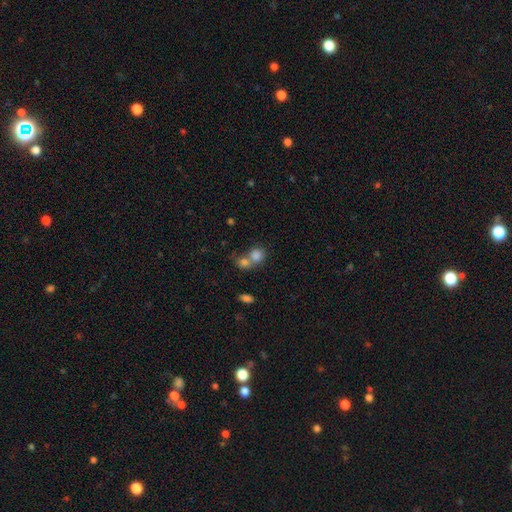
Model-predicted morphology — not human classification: type=smooth (81%); roundness=round (70%); merging=merger (56%).